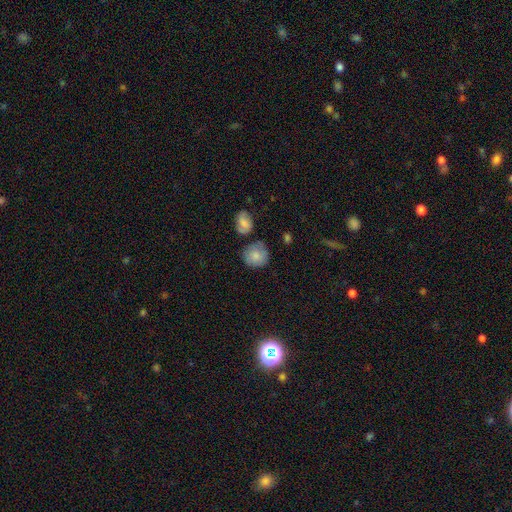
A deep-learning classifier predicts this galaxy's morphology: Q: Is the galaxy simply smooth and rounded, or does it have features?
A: smooth — 80%.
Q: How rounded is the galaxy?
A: round — 83%.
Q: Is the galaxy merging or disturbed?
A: none — 68%.